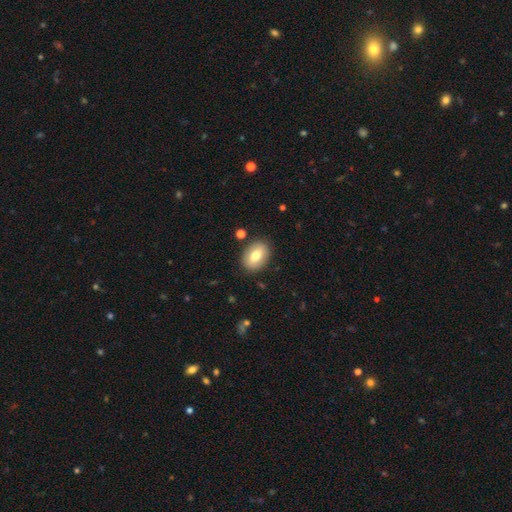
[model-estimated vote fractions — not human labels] Overall: smooth (75%). How rounded: in between (78%). Merging: none (86%).